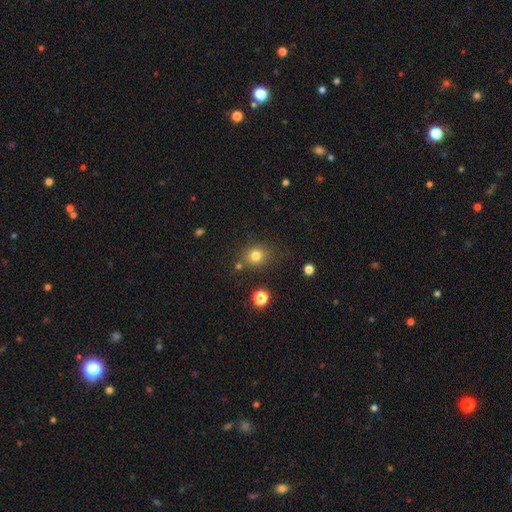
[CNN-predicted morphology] smooth_or_featured: smooth (p=0.80) [alt: star or artifact p=0.13]
how_rounded: round (p=0.78) [alt: in between p=0.21]
merging: none (p=0.79) [alt: minor disturbance p=0.11]